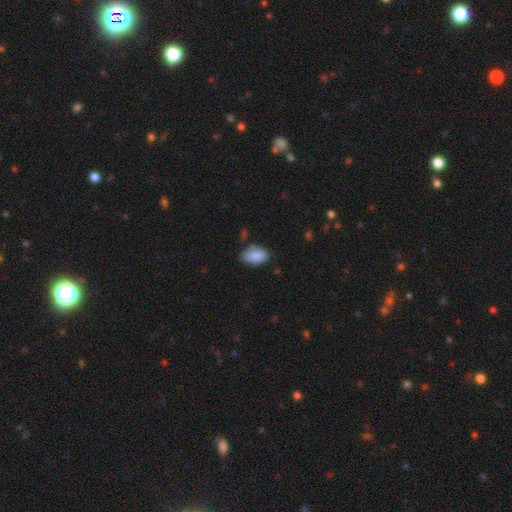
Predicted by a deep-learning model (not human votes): Smooth or featured: smooth — 86% (star or artifact — 7%)
How rounded: in between — 93% (round — 5%)
Merging: none — 68% (minor disturbance — 22%)